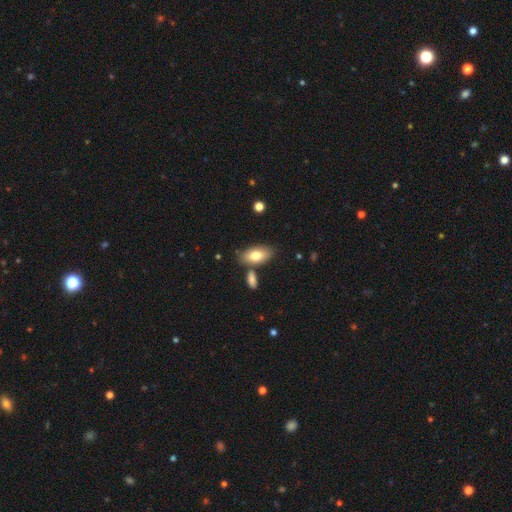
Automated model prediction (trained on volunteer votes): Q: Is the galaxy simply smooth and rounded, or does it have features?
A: smooth — 76%.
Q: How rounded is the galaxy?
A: in between — 91%.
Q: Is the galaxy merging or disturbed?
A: none — 72%.